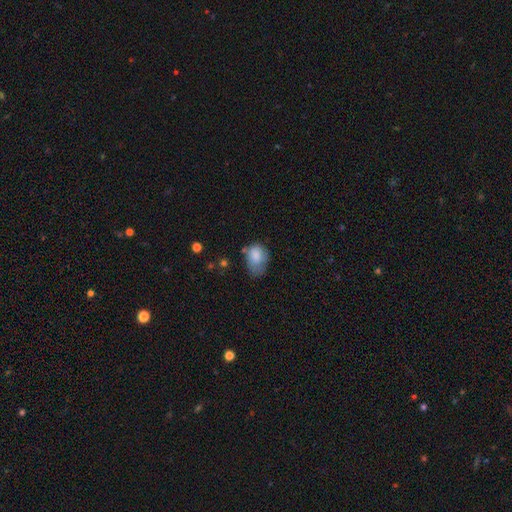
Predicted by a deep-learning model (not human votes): This is likely a smooth galaxy (79%). How rounded: likely in between (76%). Merging: marginally minor disturbance (39%).